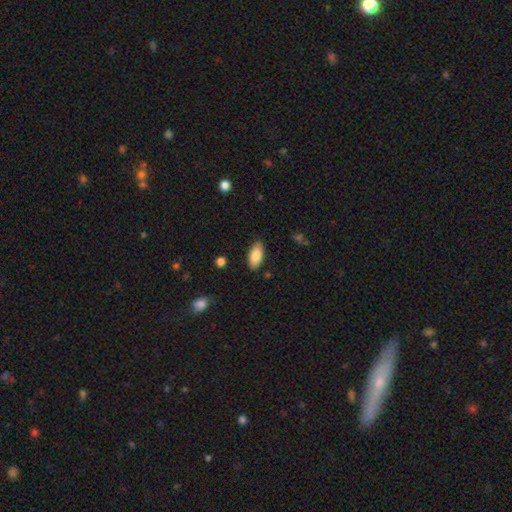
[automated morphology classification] Smooth or featured?
  - smooth: 86% *
  - featured or disk: 7%
  - star or artifact: 6%
How rounded?
  - in between: 90% *
  - cigar-shaped: 8%
  - round: 2%
Merging?
  - none: 85% *
  - minor disturbance: 11%
  - major disturbance: 2%
  - merger: 1%